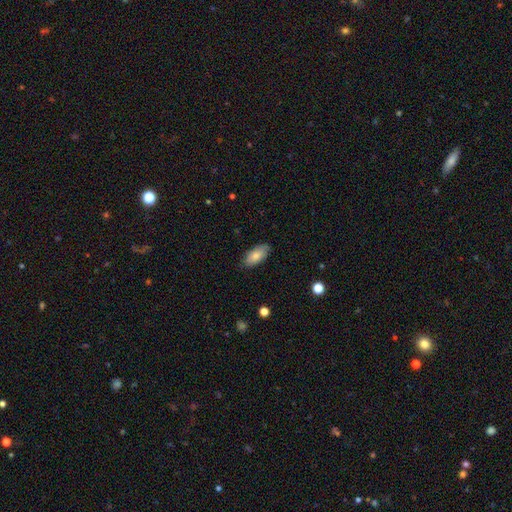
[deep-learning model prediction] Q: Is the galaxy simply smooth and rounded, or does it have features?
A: smooth — 78%.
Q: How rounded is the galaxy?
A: in between — 89%.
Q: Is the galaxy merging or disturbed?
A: none — 83%.